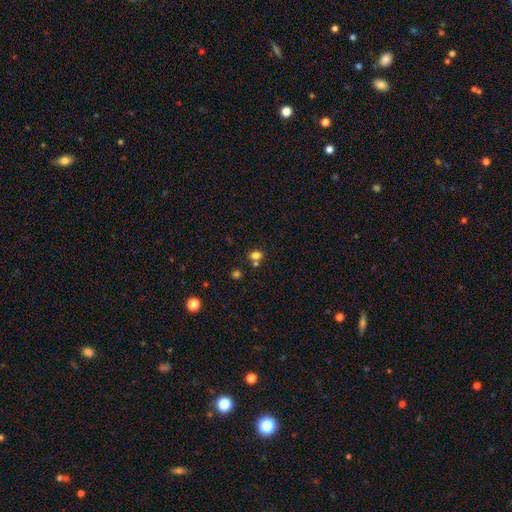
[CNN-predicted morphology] Smooth or featured?
  - smooth: 77% *
  - star or artifact: 16%
  - featured or disk: 7%
How rounded?
  - in between: 55% *
  - round: 44%
  - cigar-shaped: 2%
Merging?
  - none: 59% *
  - merger: 27%
  - minor disturbance: 11%
  - major disturbance: 4%